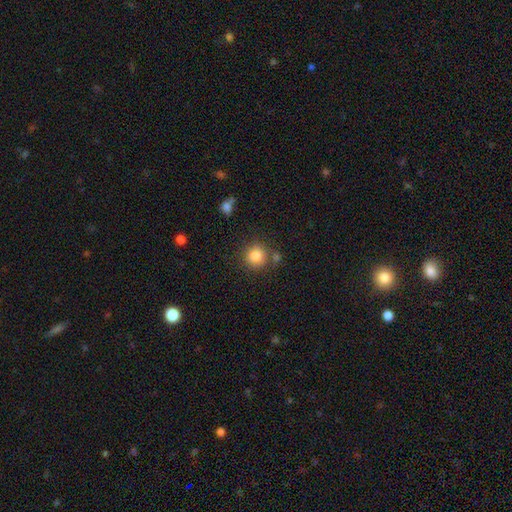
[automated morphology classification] This is clearly a smooth galaxy (84%). How rounded: clearly round (91%). Merging: likely none (77%).